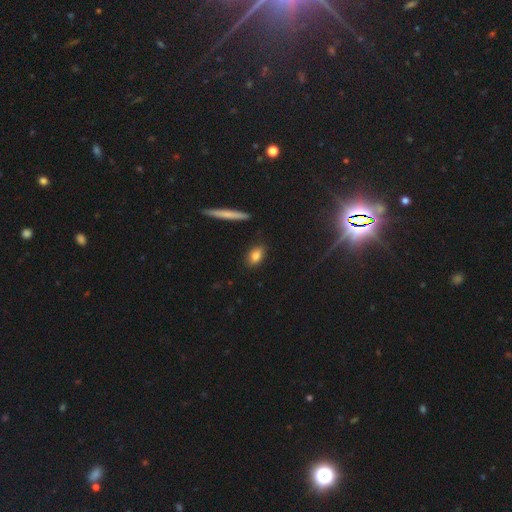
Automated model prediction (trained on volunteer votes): Smooth or featured? smooth (81%)
How rounded? in between (80%)
Merging? none (85%)